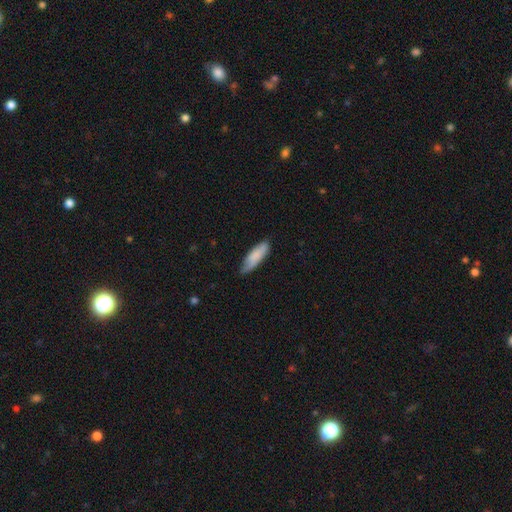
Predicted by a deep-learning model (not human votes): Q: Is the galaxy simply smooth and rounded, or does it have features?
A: smooth — 81%.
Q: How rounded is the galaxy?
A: cigar-shaped — 49%, tied with in between.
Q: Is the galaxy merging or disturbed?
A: none — 75%.